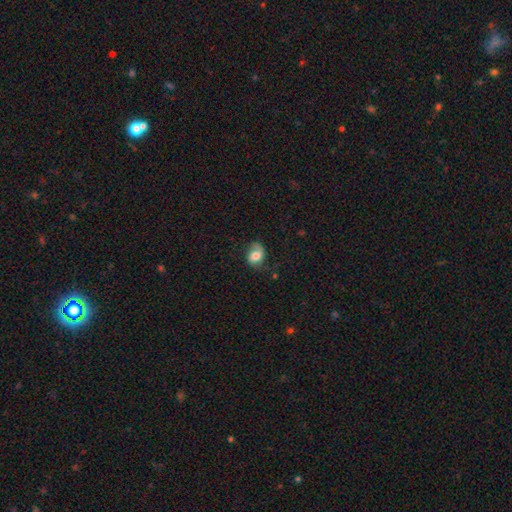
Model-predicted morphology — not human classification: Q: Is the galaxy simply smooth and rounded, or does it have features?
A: smooth — 53%.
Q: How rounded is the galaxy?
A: in between — 64%.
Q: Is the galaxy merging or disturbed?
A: none — 55%.